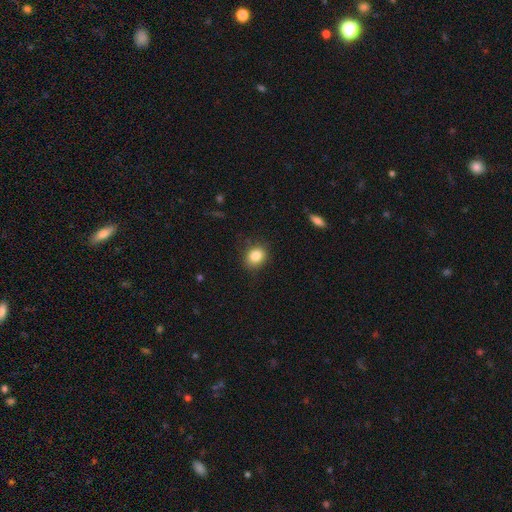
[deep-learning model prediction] smooth 85%, star or artifact 10%, featured or disk 6%. Down the decision tree: how rounded — round (63%); merging — none (84%).